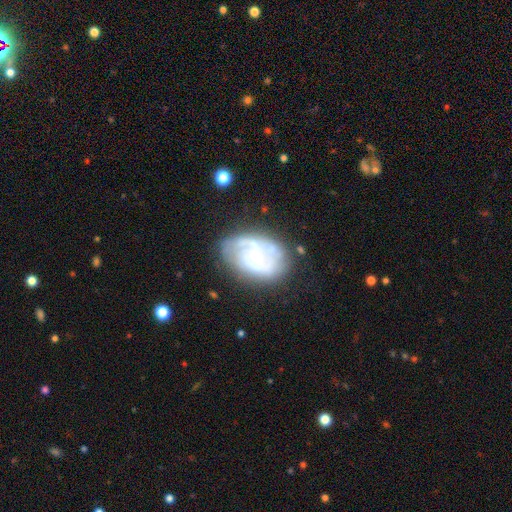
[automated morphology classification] type=featured or disk (70%); edge-on=no (97%); bar=no (65%); spiral arms=yes (76%); winding=tight (46%); arm count=can't tell (39%); bulge=small (58%); merging=none (61%).